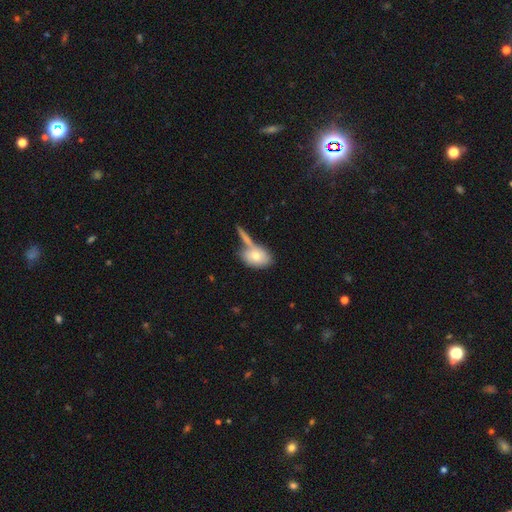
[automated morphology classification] Smooth or featured: smooth — 72% (featured or disk — 21%)
How rounded: in between — 78% (round — 19%)
Merging: none — 43% (merger — 33%)